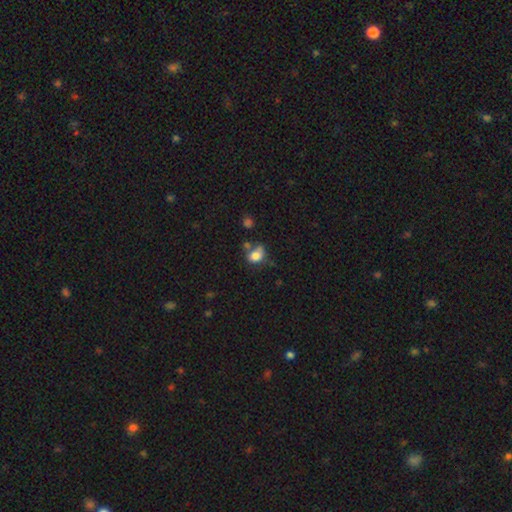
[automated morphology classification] This is likely a smooth galaxy (78%). How rounded: possibly in between (57%). Merging: marginally none (42%).